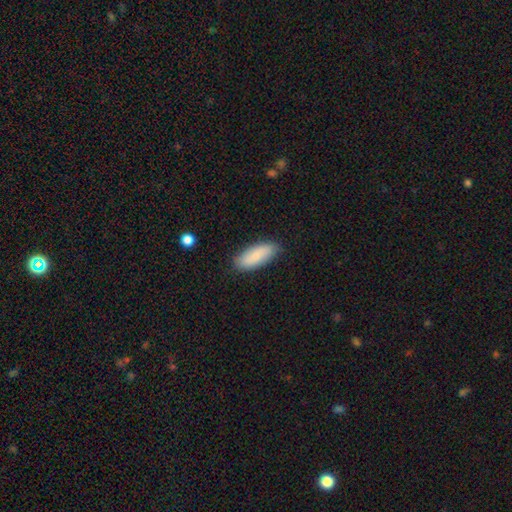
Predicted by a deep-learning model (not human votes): Smooth or featured? Predicted: smooth (p=0.80). How rounded? Predicted: in between (p=0.77). Merging? Predicted: none (p=0.85).